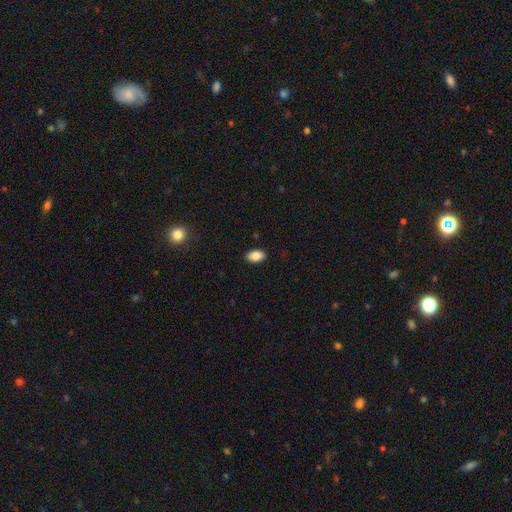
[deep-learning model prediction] The model was most divided on "smooth or featured": smooth: 86%, star or artifact: 8%, featured or disk: 6%. More confident: how rounded — in between (91%); merging — none (89%).